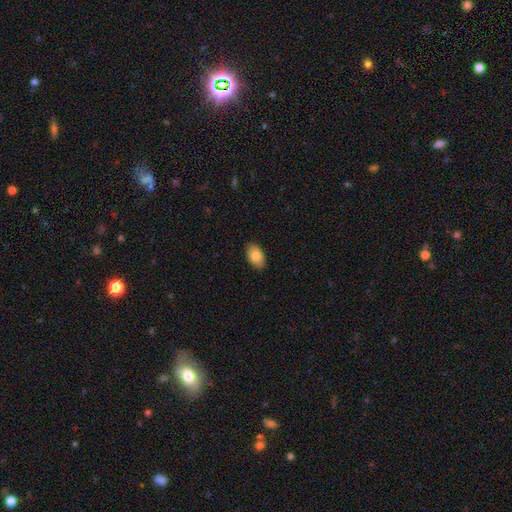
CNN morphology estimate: A smooth galaxy with no disk features (85%) that is in between round and cigar-shaped (93%). Merging: none (88%).